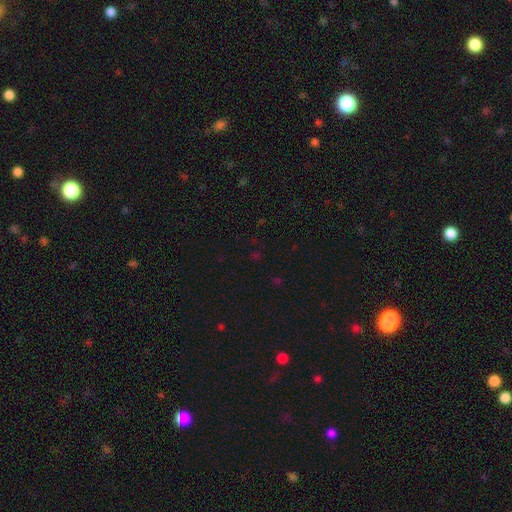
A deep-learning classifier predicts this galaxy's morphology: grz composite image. It shows a star or artifact, not a galaxy (65%).